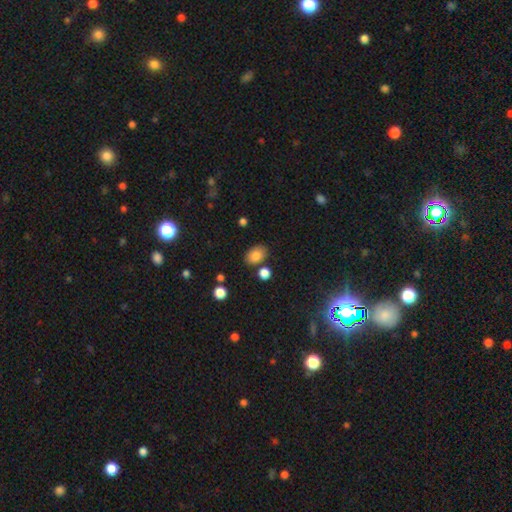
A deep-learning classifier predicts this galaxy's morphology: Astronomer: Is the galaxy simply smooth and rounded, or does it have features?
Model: smooth — 84%.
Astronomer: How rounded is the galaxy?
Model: in between — 80%.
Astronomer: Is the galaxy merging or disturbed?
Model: none — 77%.